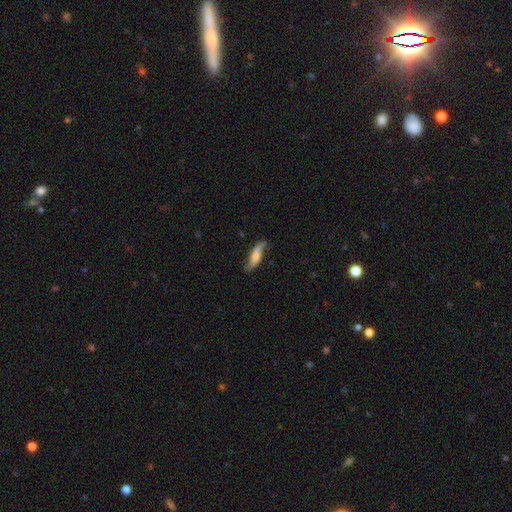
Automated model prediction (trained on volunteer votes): Smooth or featured? featured or disk (62%)
Edge-on disk? no (73%)
Merging? none (71%)